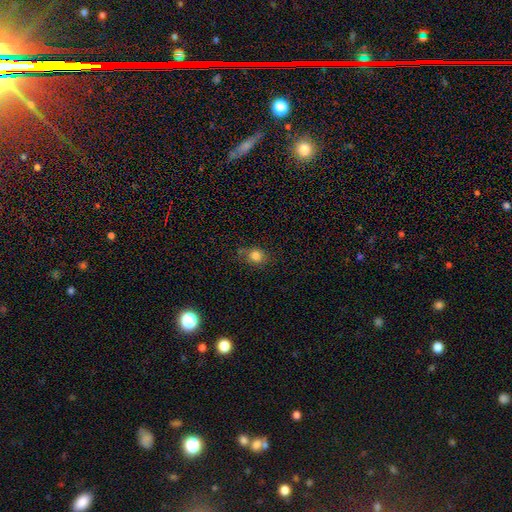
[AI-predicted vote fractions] Morphology: type=smooth (81%); roundness=round (70%); merging=none (70%).